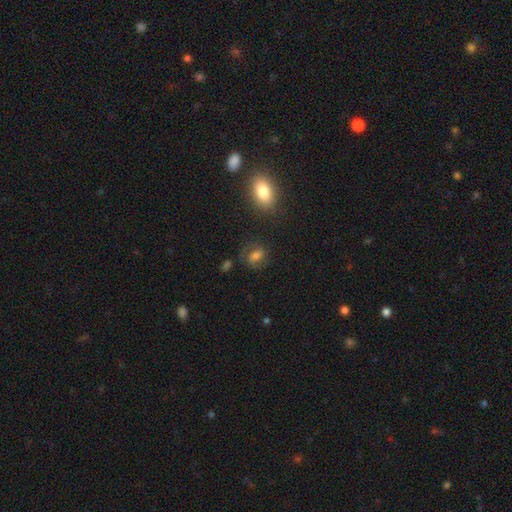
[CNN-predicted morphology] Smooth or featured?
  - smooth: 47% *
  - featured or disk: 40%
  - star or artifact: 13%
Merging?
  - none: 69% *
  - minor disturbance: 17%
  - major disturbance: 10%
  - merger: 4%